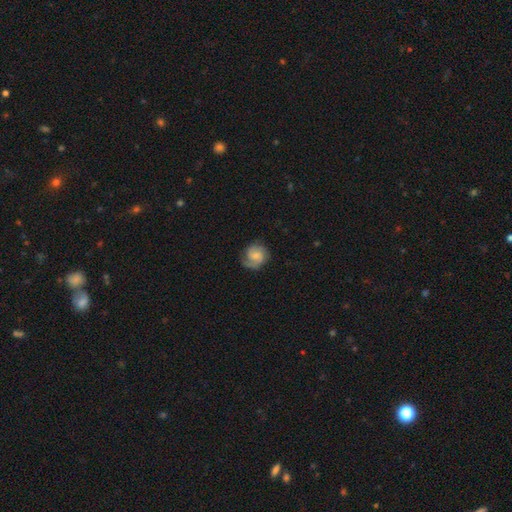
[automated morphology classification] A featured or disk galaxy (63%) with no bar (50%), 2 (62%) medium (44%) spiral arms (93%) and a small central bulge (37%). Merging: none (67%).